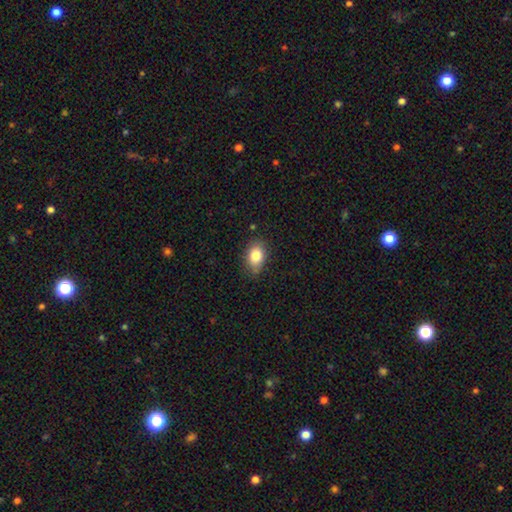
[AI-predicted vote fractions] smooth 83%, featured or disk 9%, star or artifact 8%. Down the decision tree: how rounded — in between (81%); merging — none (76%).